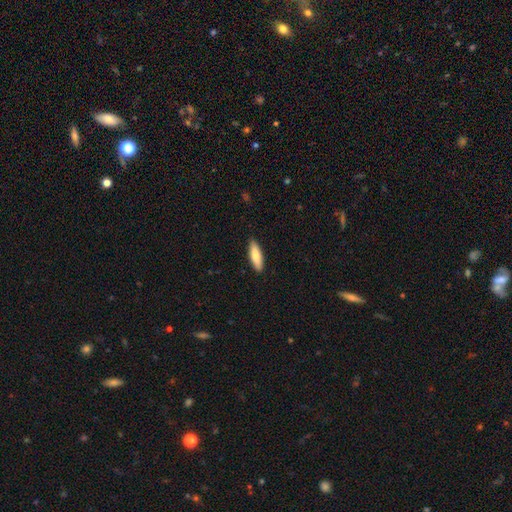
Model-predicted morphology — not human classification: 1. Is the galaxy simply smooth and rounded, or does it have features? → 79% smooth, 15% featured or disk, 5% star or artifact.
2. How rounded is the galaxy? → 56% cigar-shaped, 43% in between, 2% round.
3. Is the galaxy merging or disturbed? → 90% none, 7% minor disturbance, 2% major disturbance, 1% merger.